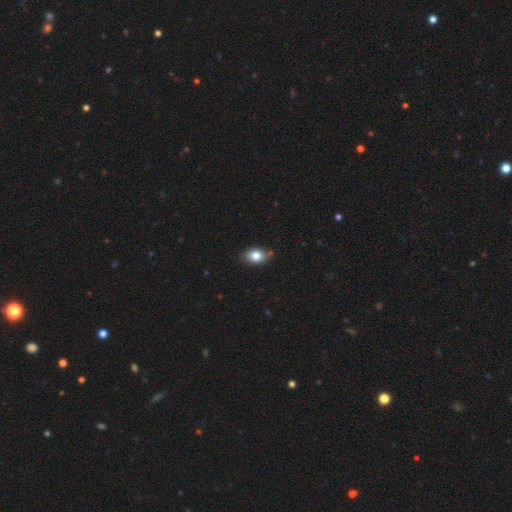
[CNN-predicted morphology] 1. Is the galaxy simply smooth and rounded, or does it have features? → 82% smooth, 9% star or artifact, 9% featured or disk.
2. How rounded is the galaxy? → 74% in between, 24% round, 1% cigar-shaped.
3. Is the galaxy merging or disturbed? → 79% none, 16% minor disturbance, 3% merger, 3% major disturbance.